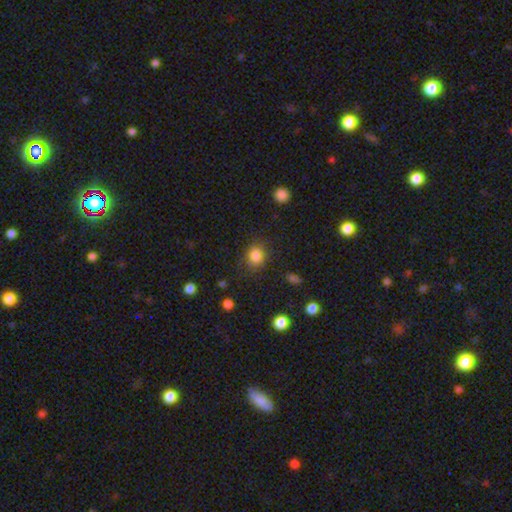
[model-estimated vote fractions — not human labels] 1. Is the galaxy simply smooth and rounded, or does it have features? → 83% smooth, 11% star or artifact, 5% featured or disk.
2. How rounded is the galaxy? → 74% round, 25% in between, 1% cigar-shaped.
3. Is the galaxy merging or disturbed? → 83% none, 11% minor disturbance, 4% major disturbance, 2% merger.